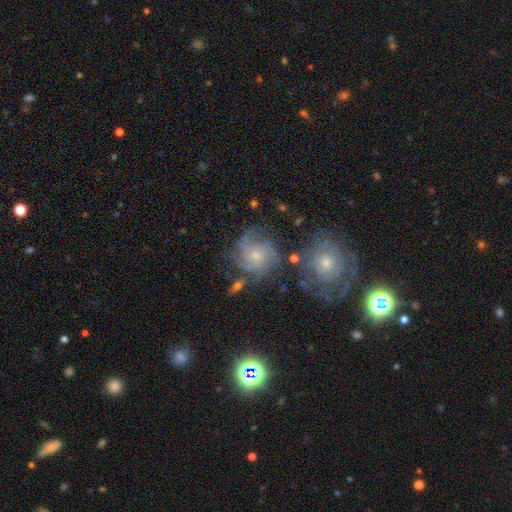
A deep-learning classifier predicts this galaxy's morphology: This is likely a featured or disk galaxy (78%). It is clearly not viewed edge-on (98%). Bar: likely no (77%). Spiral arm pattern: clearly yes (95%). Spiral arm count: marginally 3 (29%). Spiral winding: possibly tight (52%). Central bulge: likely small (70%). Merging: possibly none (59%).